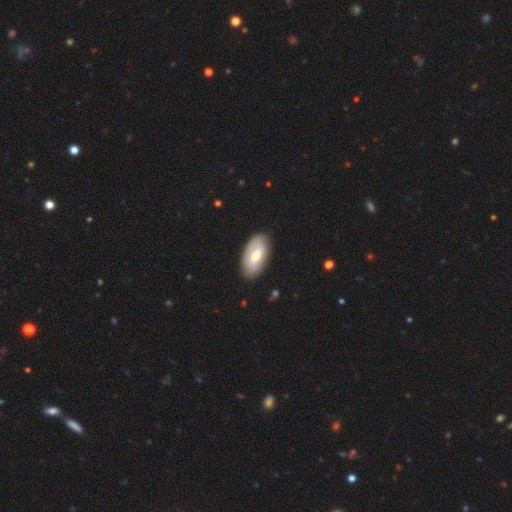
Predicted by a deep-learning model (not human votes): Smooth or featured? Predicted: smooth (p=0.59). How rounded? Predicted: in between (p=0.93). Merging? Predicted: none (p=0.84).